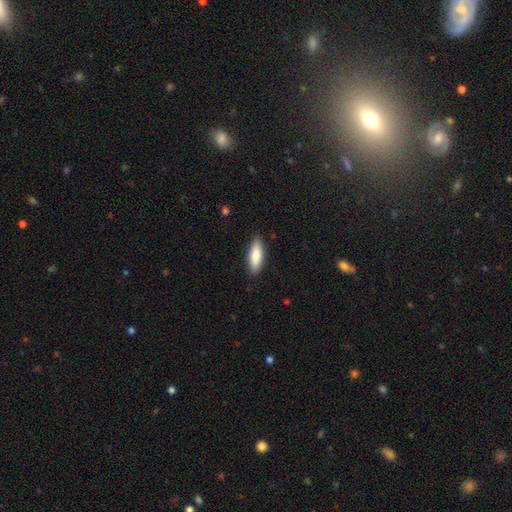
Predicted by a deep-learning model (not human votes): The model was most divided on "how rounded": in between: 60%, cigar-shaped: 38%, round: 2%. More confident: merging — none (88%); smooth or featured — smooth (84%).